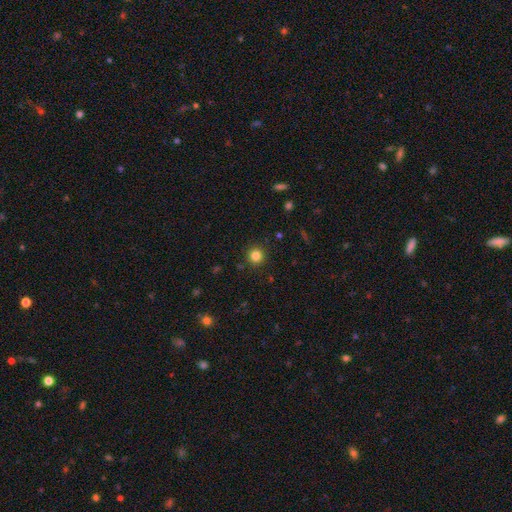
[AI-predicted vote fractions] Q: Smooth or featured?
A: smooth (82%); runner-up: star or artifact (13%)
Q: How rounded?
A: round (94%); runner-up: in between (5%)
Q: Merging?
A: none (90%); runner-up: minor disturbance (6%)